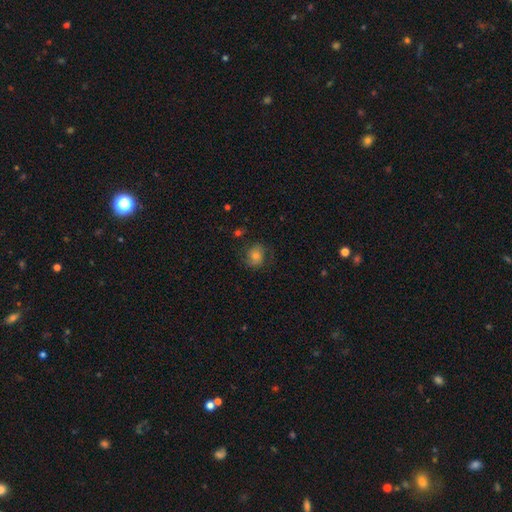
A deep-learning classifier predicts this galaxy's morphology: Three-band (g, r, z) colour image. It shows a smooth galaxy with no disk features (47%). Merging: none (70%).